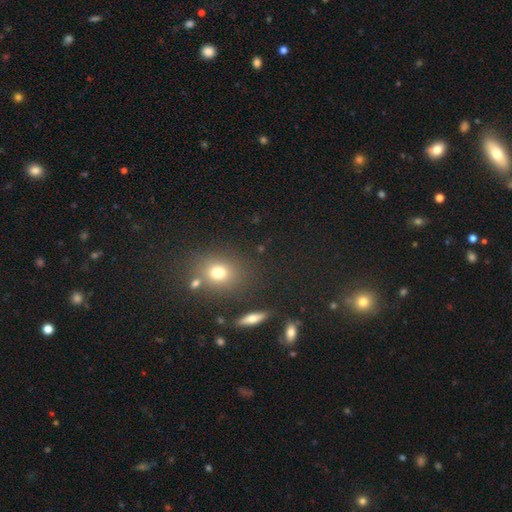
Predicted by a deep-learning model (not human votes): Smooth or featured? smooth (55%)
How rounded? round (69%)
Merging? none (80%)